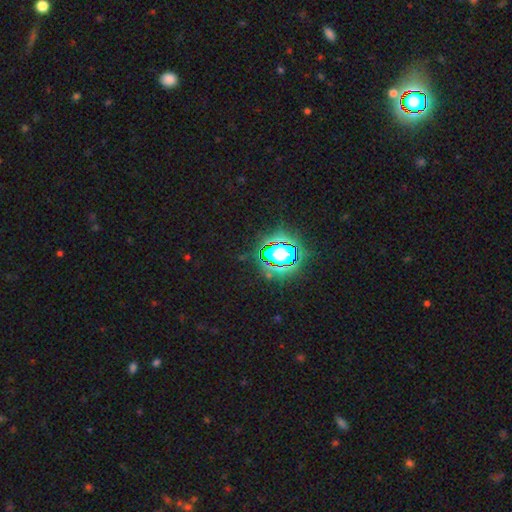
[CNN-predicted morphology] A star or artifact, not a galaxy (78%).

Vote fractions:
- Smooth or featured? star or artifact: 78% / smooth: 14% / featured or disk: 8%